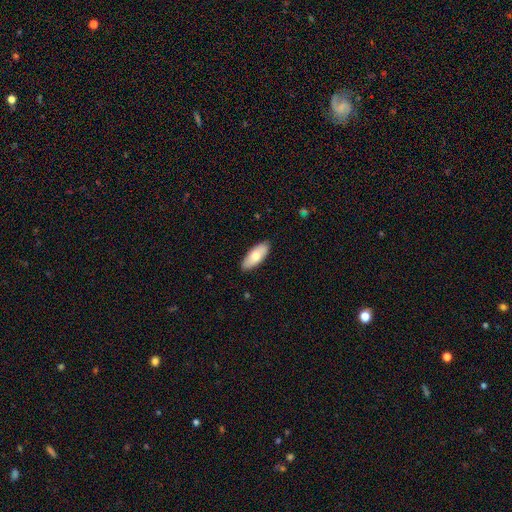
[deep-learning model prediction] Smooth or featured? Predicted: smooth (p=0.75). How rounded? Predicted: in between (p=0.80). Merging? Predicted: none (p=0.88).